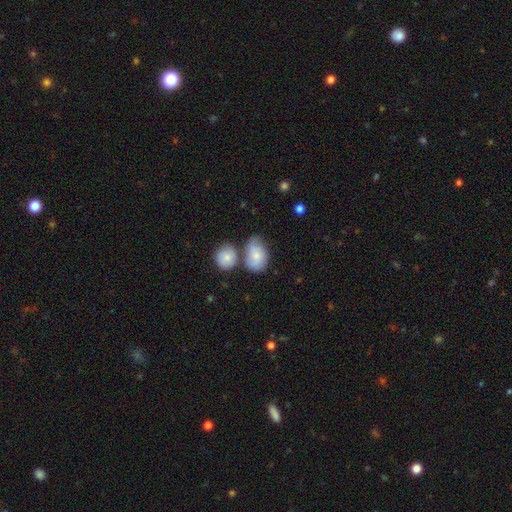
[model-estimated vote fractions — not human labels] A smooth galaxy with no disk features (65%) that is in between round and cigar-shaped (75%).

Vote fractions:
- Smooth or featured? smooth: 65% / featured or disk: 28% / star or artifact: 7%
- How rounded? in between: 75% / round: 23% / cigar-shaped: 1%
- Merging? none: 37% / merger: 29% / minor disturbance: 24% / major disturbance: 10%